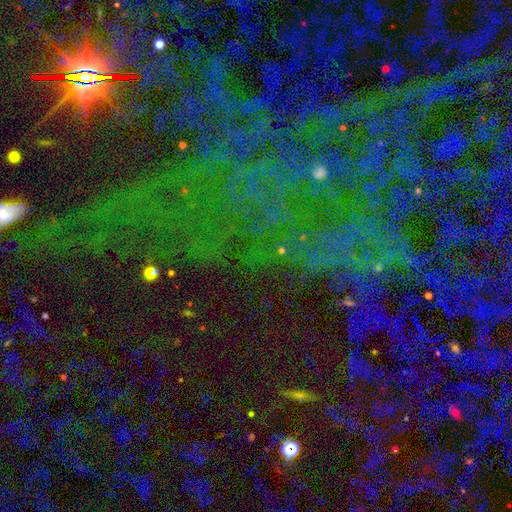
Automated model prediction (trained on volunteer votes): Overall: star or artifact (78%).